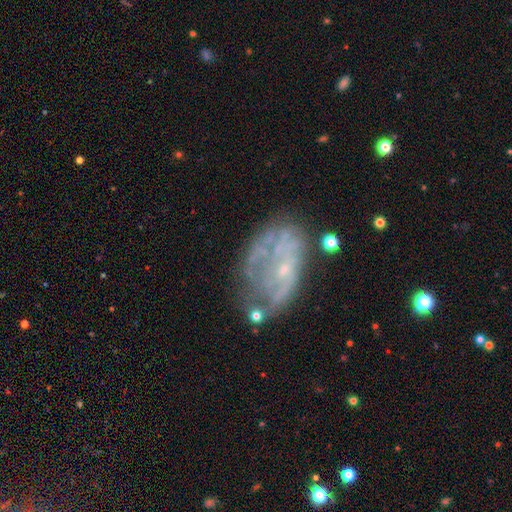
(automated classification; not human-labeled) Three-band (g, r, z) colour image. It shows a featured or disk galaxy (70%) with no bar (76%), spiral arms (51%) and a small central bulge (63%). Merging: none (41%).